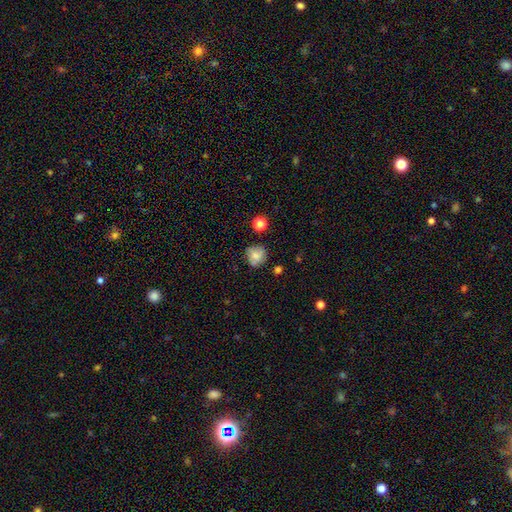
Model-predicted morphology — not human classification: Smooth or featured? Predicted: smooth (p=0.70). How rounded? Predicted: round (p=0.84). Merging? Predicted: none (p=0.71).